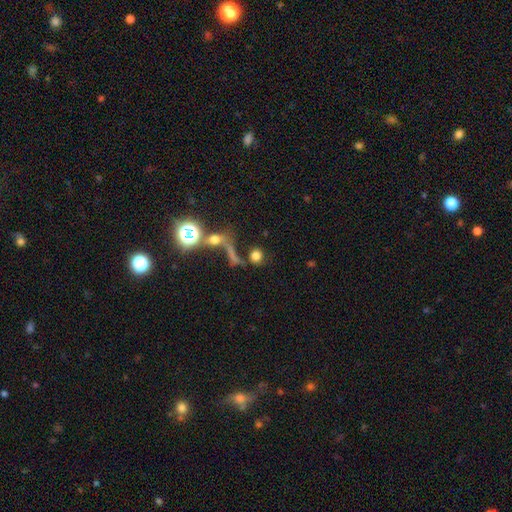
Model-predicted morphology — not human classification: Overall: smooth (73%). How rounded: round (79%). Merging: none (60%; merger 21%).